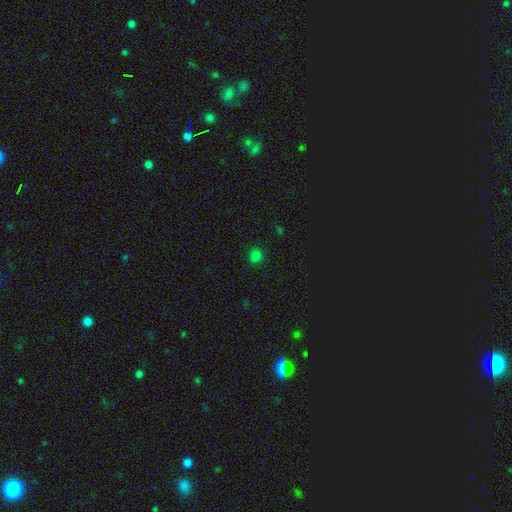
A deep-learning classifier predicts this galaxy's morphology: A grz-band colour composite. It shows a smooth galaxy with no disk features (77%) that is round (85%). Merging: none (88%).